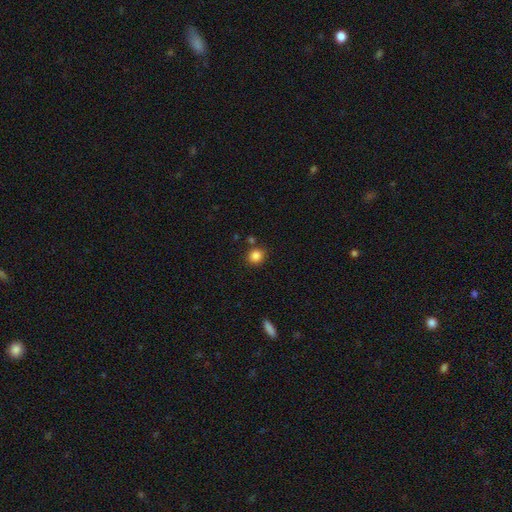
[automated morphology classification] Smooth or featured? Predicted: smooth (p=0.85). How rounded? Predicted: round (p=0.84). Merging? Predicted: none (p=0.82).